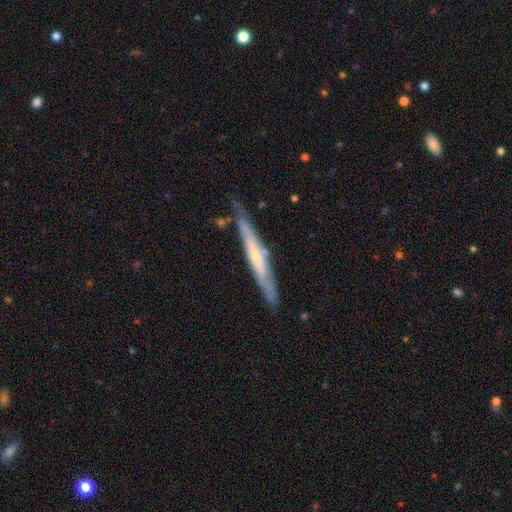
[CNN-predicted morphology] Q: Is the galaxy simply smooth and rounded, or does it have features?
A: featured or disk — 60%.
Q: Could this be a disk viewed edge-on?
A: yes — 89%.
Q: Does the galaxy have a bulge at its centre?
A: none — 64%.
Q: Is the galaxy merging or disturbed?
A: none — 76%.